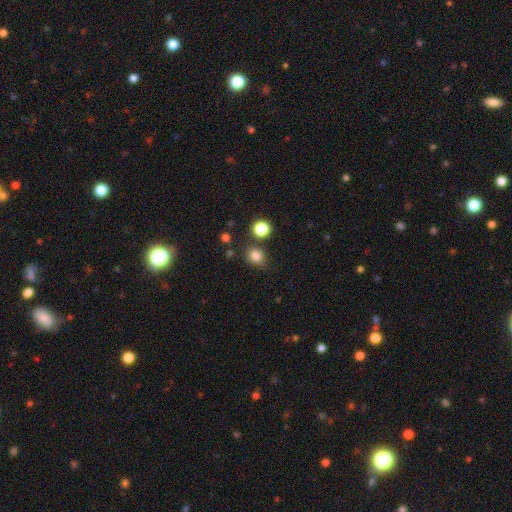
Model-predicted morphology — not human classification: A smooth galaxy with no disk features (83%) that is round (71%).

Vote fractions:
- Smooth or featured? smooth: 83% / star or artifact: 13% / featured or disk: 4%
- How rounded? round: 71% / in between: 29% / cigar-shaped: 1%
- Merging? none: 76% / minor disturbance: 13% / merger: 7% / major disturbance: 4%